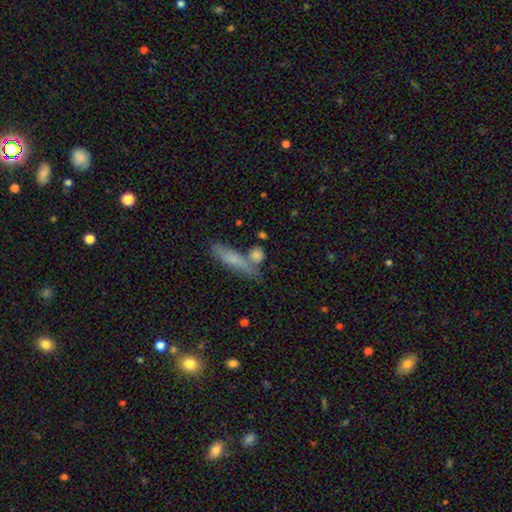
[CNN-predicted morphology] This is likely a smooth galaxy (76%). How rounded: marginally cigar-shaped (42%). Merging: possibly none (58%).